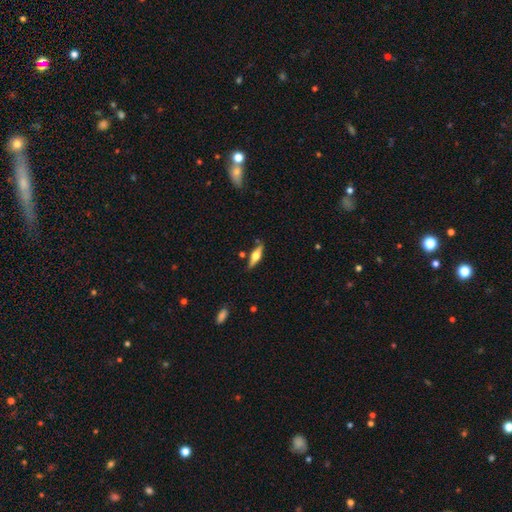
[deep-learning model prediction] Smooth or featured?
  - featured or disk: 57% *
  - smooth: 37%
  - star or artifact: 6%
Edge-on disk?
  - yes: 94% *
  - no: 6%
Edge-on bulge?
  - rounded: 92% *
  - boxy: 6%
  - none: 2%
Merging?
  - none: 82% *
  - minor disturbance: 12%
  - merger: 4%
  - major disturbance: 3%